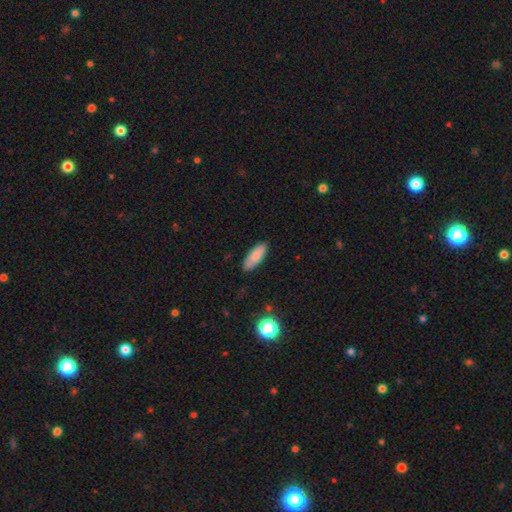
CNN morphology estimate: smooth_or_featured: smooth (p=0.83) [alt: featured or disk p=0.10]
how_rounded: in between (p=0.71) [alt: cigar-shaped p=0.27]
merging: none (p=0.86) [alt: minor disturbance p=0.11]